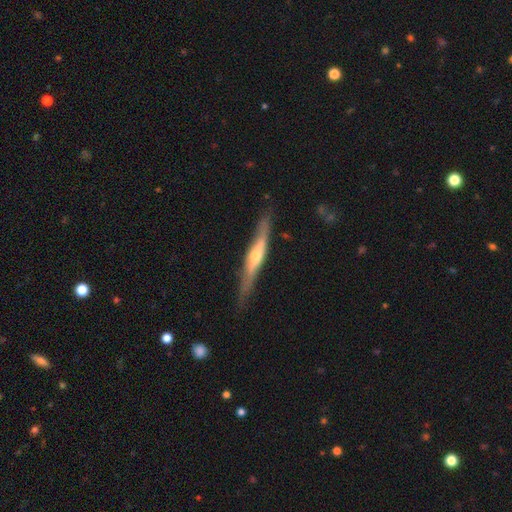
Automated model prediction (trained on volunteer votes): This appears to be a featured or disk galaxy (68%) viewed edge-on (93%) with a rounded central bulge (82%). Merging: none (81%).